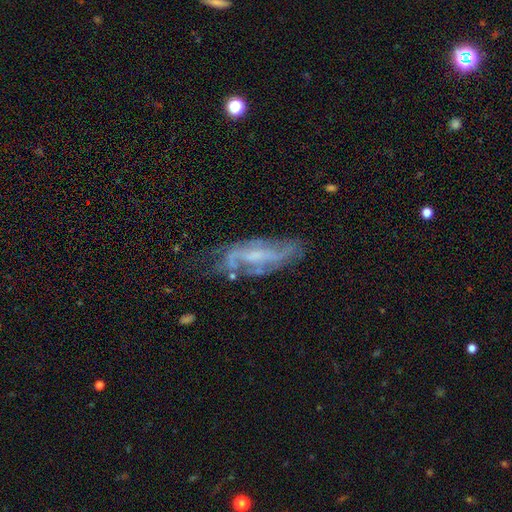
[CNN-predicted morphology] Smooth or featured? featured or disk (73%)
Edge-on disk? no (84%)
Bar? weak (42%)
Spiral arms? yes (76%)
Bulge size? small (43%)
Merging? none (52%)